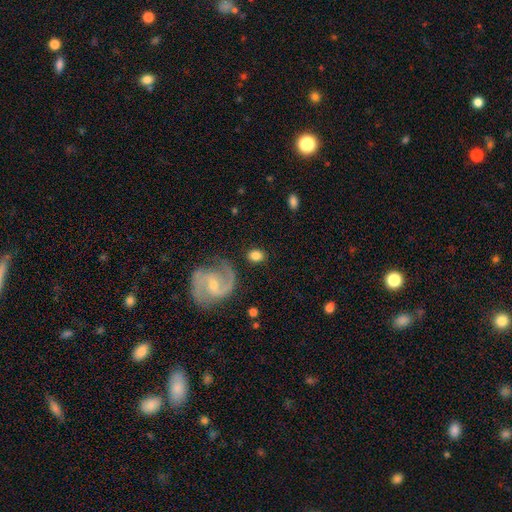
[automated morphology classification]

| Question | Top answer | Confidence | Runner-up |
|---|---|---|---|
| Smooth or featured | smooth | 64% | featured or disk (29%) |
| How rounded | in between | 50% | round (48%) |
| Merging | none | 80% | minor disturbance (12%) |